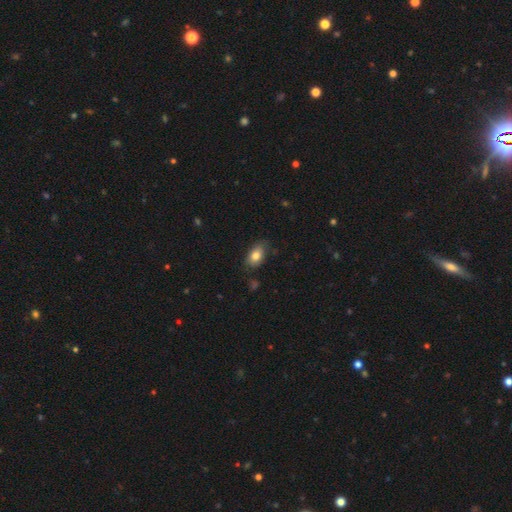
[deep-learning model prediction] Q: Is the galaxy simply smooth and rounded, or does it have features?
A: smooth — 81%.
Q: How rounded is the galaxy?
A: in between — 88%.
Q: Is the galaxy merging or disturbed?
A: none — 73%.